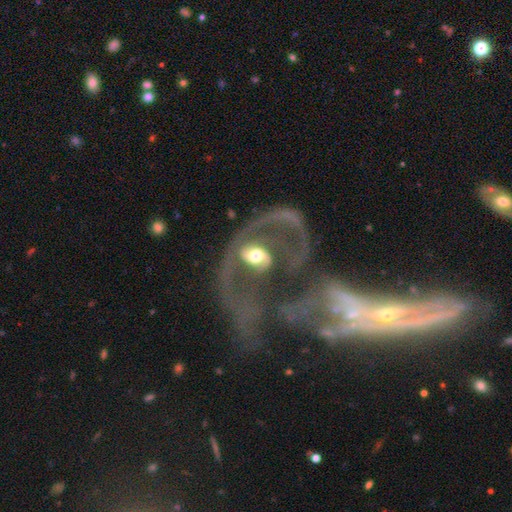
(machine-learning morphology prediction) A featured or disk galaxy (80%) with no bar (45%), 2 (70%) medium (42%) spiral arms (79%) and a moderate central bulge (62%). Merging: major disturbance (38%).